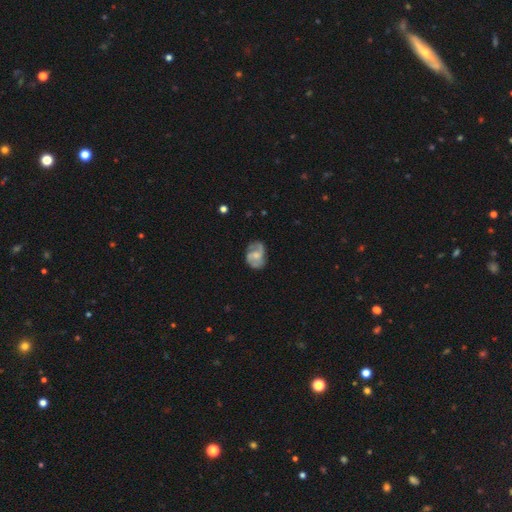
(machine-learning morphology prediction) smooth_or_featured: featured or disk (p=0.73) [alt: smooth p=0.21]
disk_edge_on: no (p=0.97) [alt: yes p=0.03]
bar: no (p=0.49) [alt: weak p=0.42]
has_spiral_arms: yes (p=0.91) [alt: no p=0.09]
spiral_winding: medium (p=0.50) [alt: loose p=0.26]
spiral_arm_count: 2 (p=0.69) [alt: 3 p=0.12]
bulge_size: moderate (p=0.41) [alt: small p=0.40]
merging: none (p=0.64) [alt: minor disturbance p=0.23]